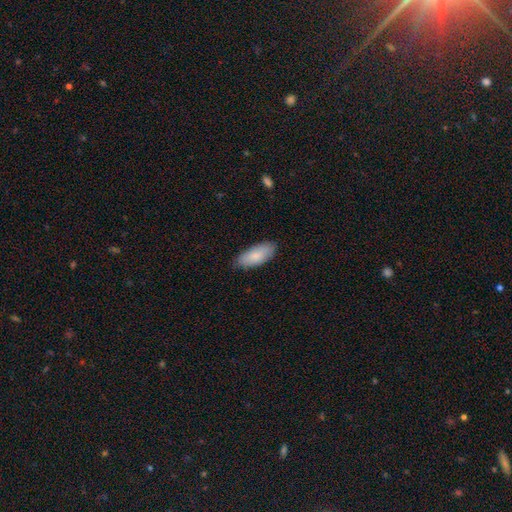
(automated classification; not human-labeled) Smooth or featured: smooth — 85% (featured or disk — 9%)
How rounded: in between — 87% (cigar-shaped — 12%)
Merging: none — 83% (minor disturbance — 13%)